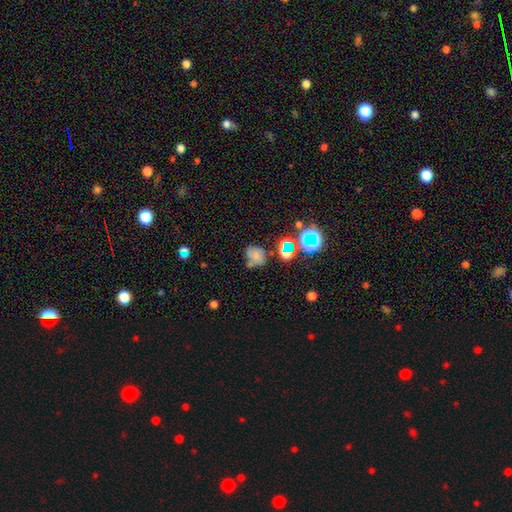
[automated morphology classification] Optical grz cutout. It shows a smooth galaxy with no disk features (63%) that is round (71%). Merging: none (52%).